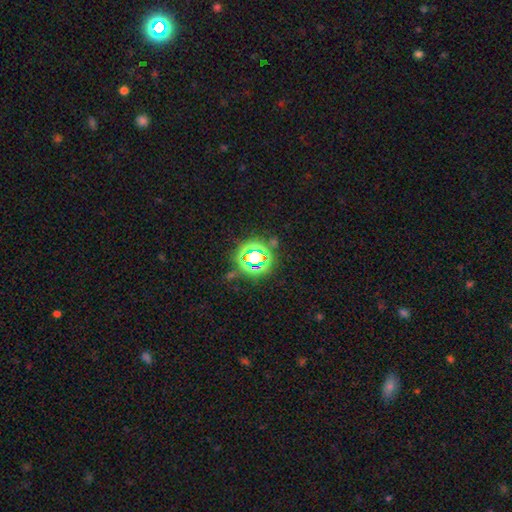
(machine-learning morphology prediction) This is likely a star or artifact rather than a galaxy (67%).